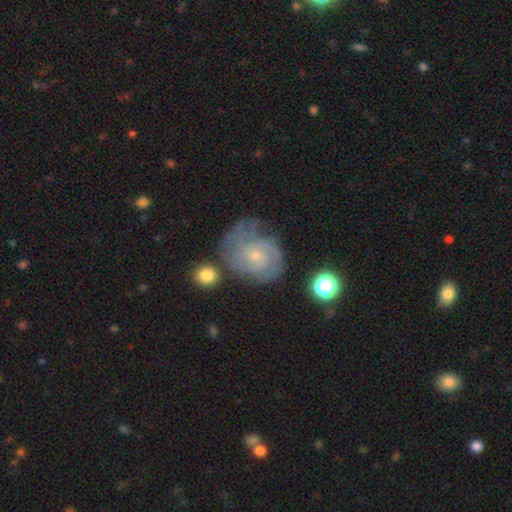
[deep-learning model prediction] Smooth or featured? featured or disk (85%)
Edge-on disk? no (98%)
Bar? no (72%)
Spiral arms? yes (97%)
Spiral winding? tight (68%)
Spiral arm count? 2 (28%, tied with 3)
Bulge size? small (76%)
Merging? none (60%)